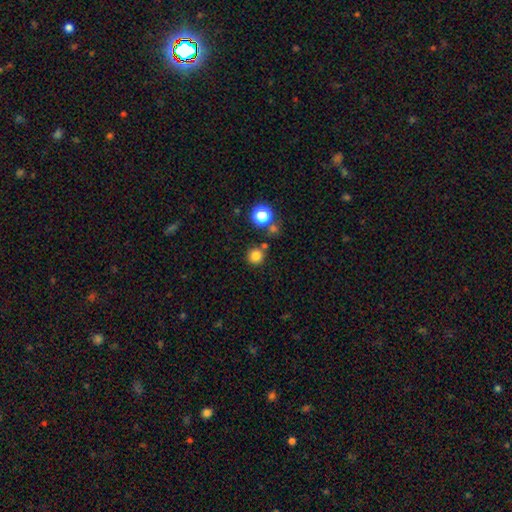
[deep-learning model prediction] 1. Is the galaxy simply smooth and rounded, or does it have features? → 81% smooth, 14% star or artifact, 5% featured or disk.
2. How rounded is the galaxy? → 94% round, 5% in between, 1% cigar-shaped.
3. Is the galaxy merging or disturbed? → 83% none, 7% minor disturbance, 7% merger, 3% major disturbance.